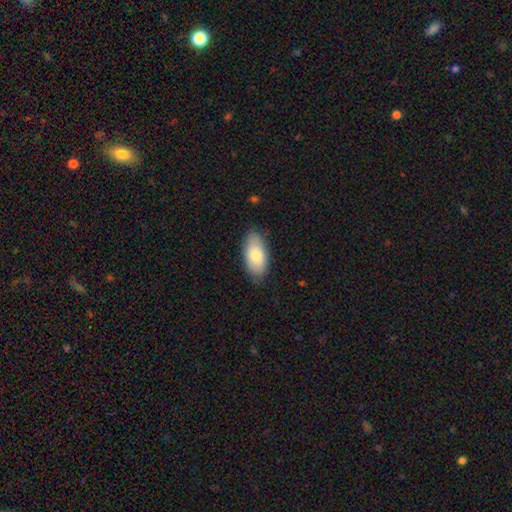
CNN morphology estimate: smooth-or-featured: smooth: 79% | featured or disk: 15% | star or artifact: 6%
  how-rounded: in between: 93% | cigar-shaped: 4% | round: 3%
  merging: none: 81% | minor disturbance: 15% | major disturbance: 3% | merger: 1%